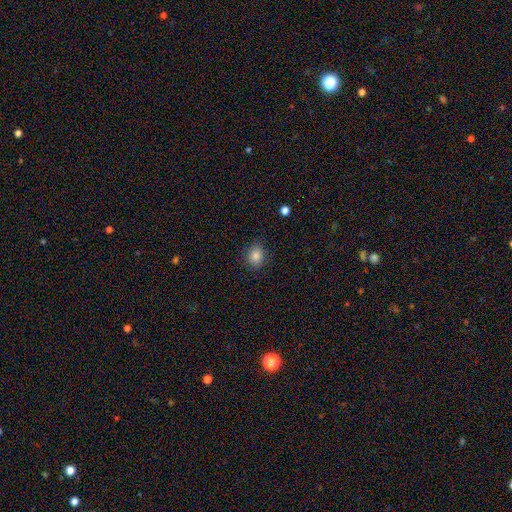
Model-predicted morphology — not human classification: Smooth or featured? smooth (84%)
How rounded? round (61%)
Merging? none (85%)